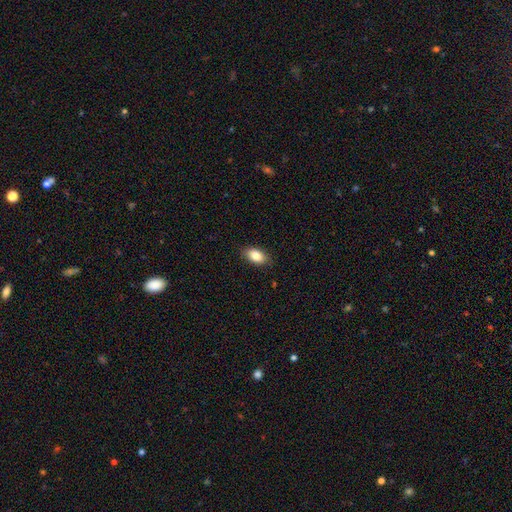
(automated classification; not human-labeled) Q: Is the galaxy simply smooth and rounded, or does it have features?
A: smooth — 85%.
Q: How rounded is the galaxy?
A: in between — 91%.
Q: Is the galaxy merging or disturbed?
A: none — 86%.